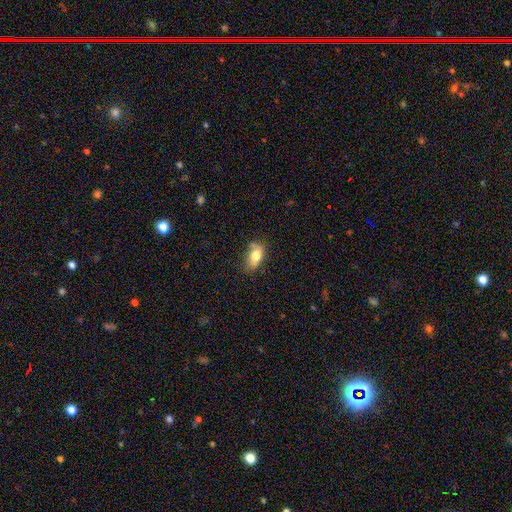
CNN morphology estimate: smooth-or-featured: smooth: 75% | featured or disk: 17% | star or artifact: 8%
  how-rounded: in between: 86% | round: 9% | cigar-shaped: 5%
  merging: none: 47% | minor disturbance: 34% | major disturbance: 12% | merger: 6%